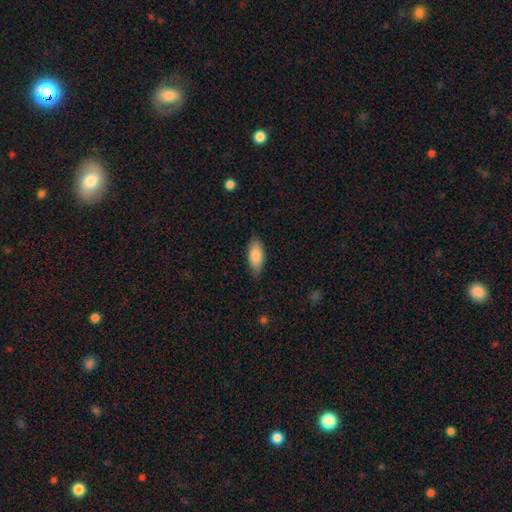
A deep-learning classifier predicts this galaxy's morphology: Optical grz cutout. It shows a smooth galaxy with no disk features (85%) that is in between round and cigar-shaped (87%). Merging: none (79%).